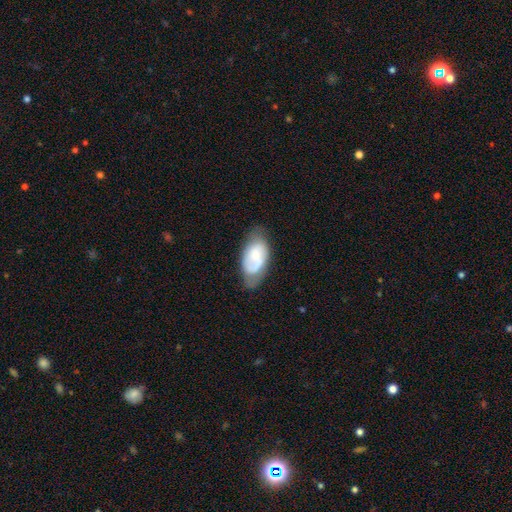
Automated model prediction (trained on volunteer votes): This appears to be a featured or disk galaxy (47%, tied with smooth). Merging: none (56%).